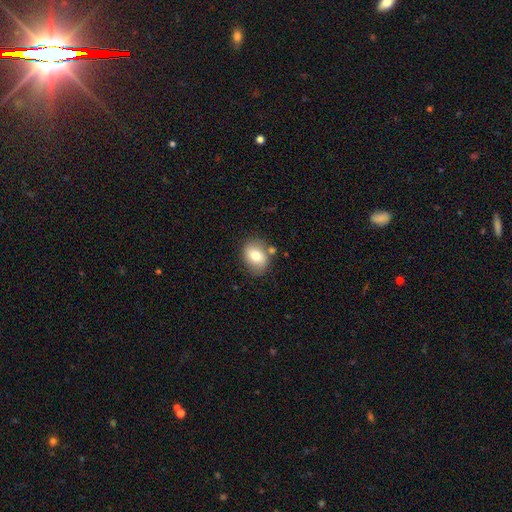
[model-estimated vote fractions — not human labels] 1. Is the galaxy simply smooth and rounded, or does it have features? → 74% smooth, 18% featured or disk, 8% star or artifact.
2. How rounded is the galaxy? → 65% in between, 34% round, 1% cigar-shaped.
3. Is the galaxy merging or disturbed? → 73% none, 15% minor disturbance, 9% merger, 4% major disturbance.